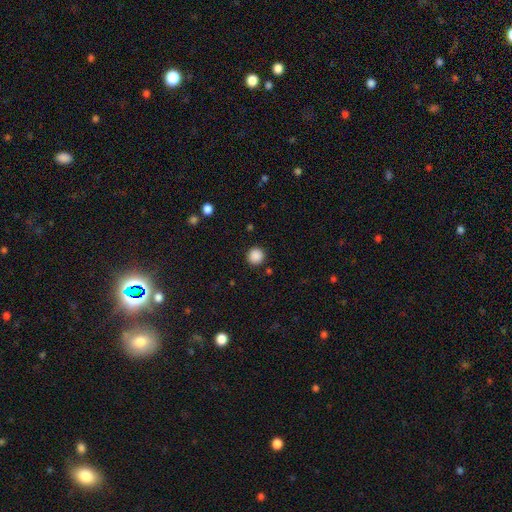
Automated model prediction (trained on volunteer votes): Overall: smooth (88%). How rounded: round (94%). Merging: none (91%).